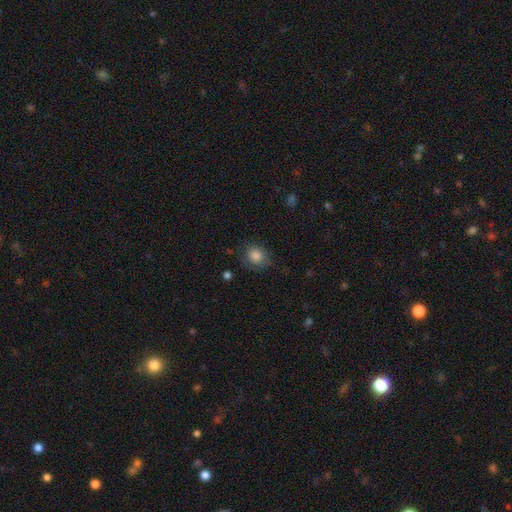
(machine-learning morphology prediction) smooth_or_featured: smooth (p=0.83) [alt: star or artifact p=0.09]
how_rounded: round (p=0.72) [alt: in between p=0.27]
merging: none (p=0.73) [alt: minor disturbance p=0.20]